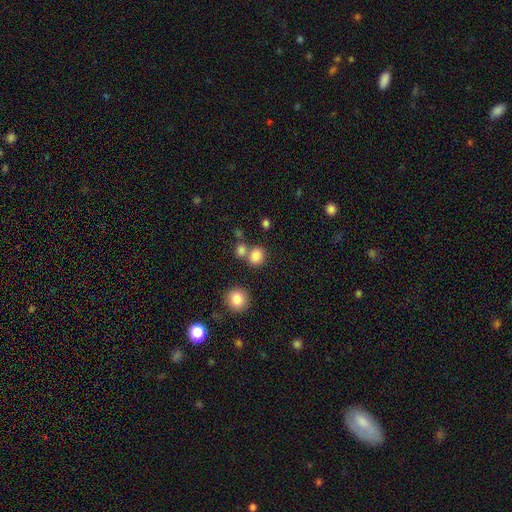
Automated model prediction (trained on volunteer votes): Smooth or featured?
  - smooth: 83% *
  - star or artifact: 12%
  - featured or disk: 5%
How rounded?
  - round: 64% *
  - in between: 35%
  - cigar-shaped: 1%
Merging?
  - none: 58% *
  - merger: 28%
  - minor disturbance: 10%
  - major disturbance: 5%